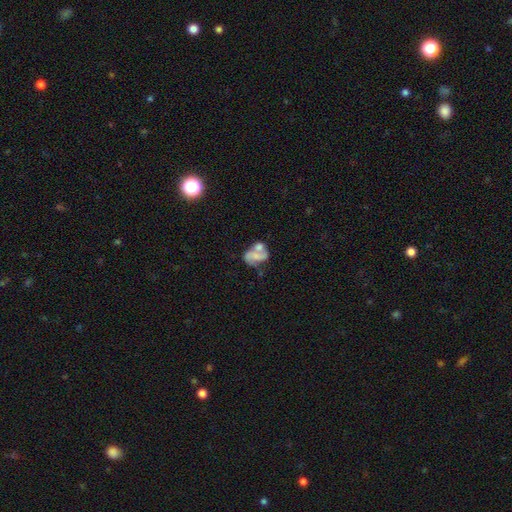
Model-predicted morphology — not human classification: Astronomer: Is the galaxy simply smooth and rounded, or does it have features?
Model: featured or disk — 55% (runner-up: smooth, 35%).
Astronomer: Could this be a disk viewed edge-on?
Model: no — 97%.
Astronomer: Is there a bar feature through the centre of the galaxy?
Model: no — 68%.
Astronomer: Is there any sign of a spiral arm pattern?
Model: yes — 64%.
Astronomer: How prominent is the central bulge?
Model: none — 38% (runner-up: small, 31%).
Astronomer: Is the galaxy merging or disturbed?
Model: merger — 43% (runner-up: none, 26%).